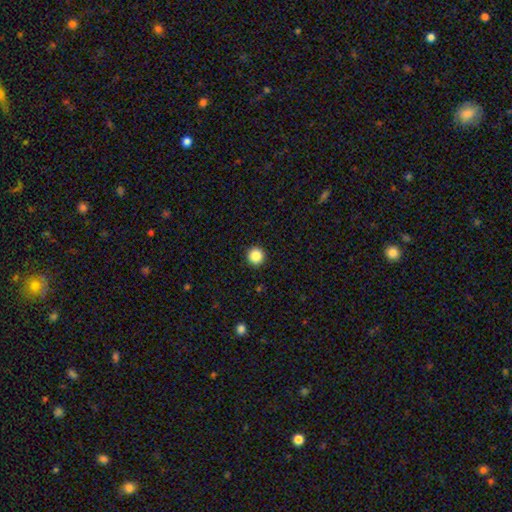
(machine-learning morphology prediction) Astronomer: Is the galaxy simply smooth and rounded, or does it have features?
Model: smooth — 86%.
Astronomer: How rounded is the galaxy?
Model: round — 96%.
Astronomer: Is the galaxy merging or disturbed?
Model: none — 93%.